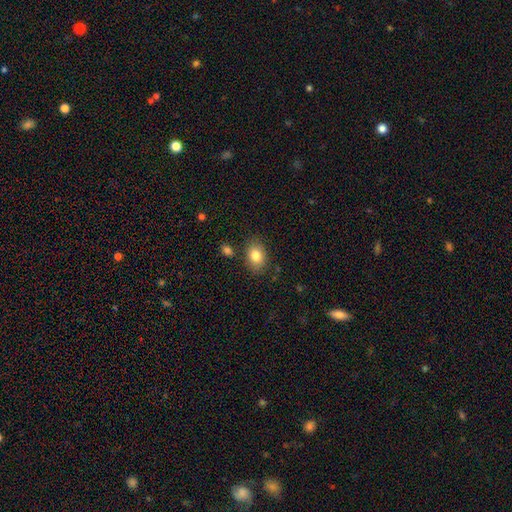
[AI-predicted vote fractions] The model was most divided on "how rounded": in between: 70%, round: 29%, cigar-shaped: 1%. More confident: smooth or featured — smooth (83%); merging — none (80%).